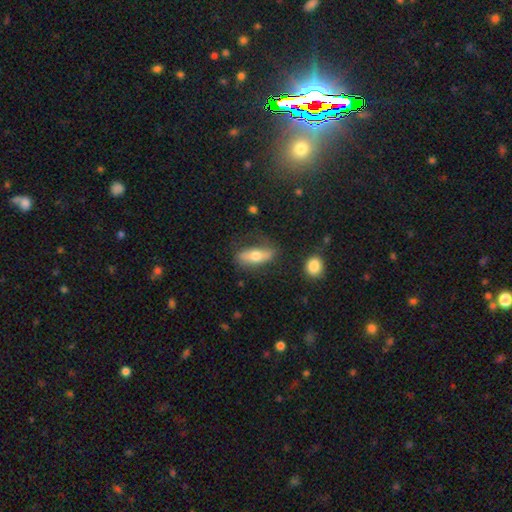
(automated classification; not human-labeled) A smooth galaxy with no disk features (60%) that is in between round and cigar-shaped (66%).

Vote fractions:
- Smooth or featured? smooth: 60% / featured or disk: 34% / star or artifact: 7%
- How rounded? in between: 66% / cigar-shaped: 30% / round: 4%
- Merging? none: 65% / minor disturbance: 22% / major disturbance: 10% / merger: 3%